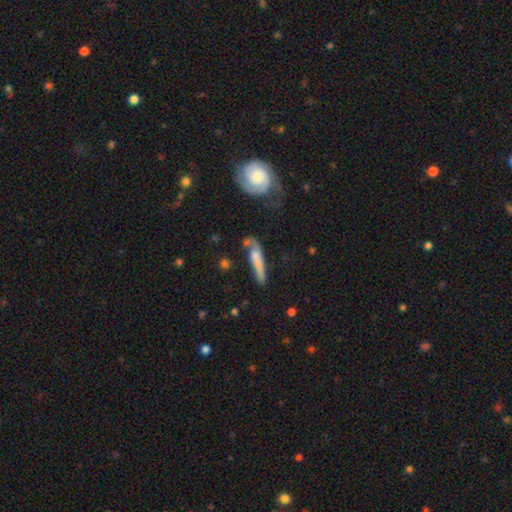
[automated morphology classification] featured or disk 52%, smooth 41%, star or artifact 8%. Down the decision tree: edge-on disk — yes (64%); merging — none (53%).